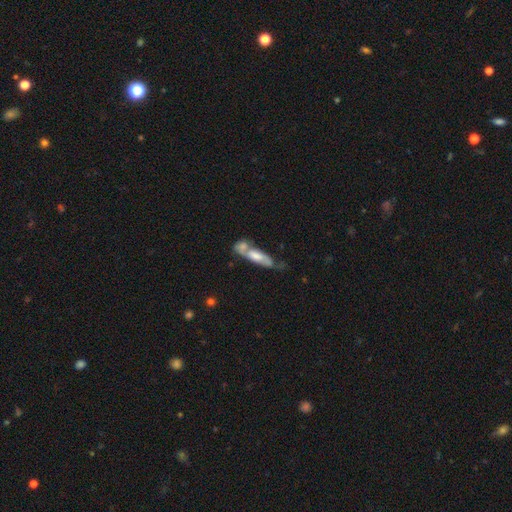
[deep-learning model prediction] Smooth or featured?
  - featured or disk: 55% *
  - smooth: 38%
  - star or artifact: 7%
Edge-on disk?
  - no: 62% *
  - yes: 38%
Merging?
  - merger: 41% *
  - none: 34%
  - minor disturbance: 16%
  - major disturbance: 9%